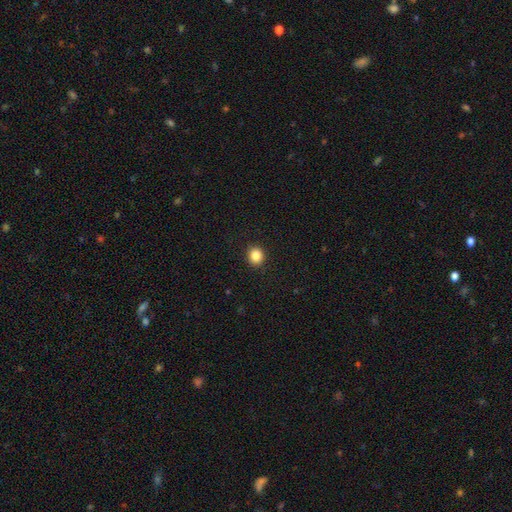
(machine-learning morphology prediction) Smooth or featured? Predicted: smooth (p=0.85). How rounded? Predicted: round (p=0.84). Merging? Predicted: none (p=0.92).